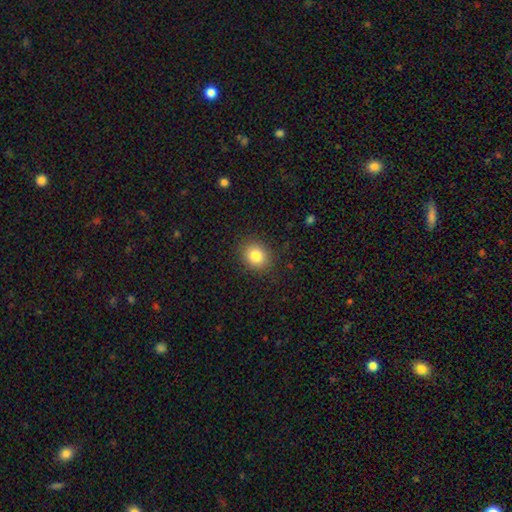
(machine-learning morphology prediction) A smooth galaxy with no disk features (82%) that is round (67%). Merging: none (88%).